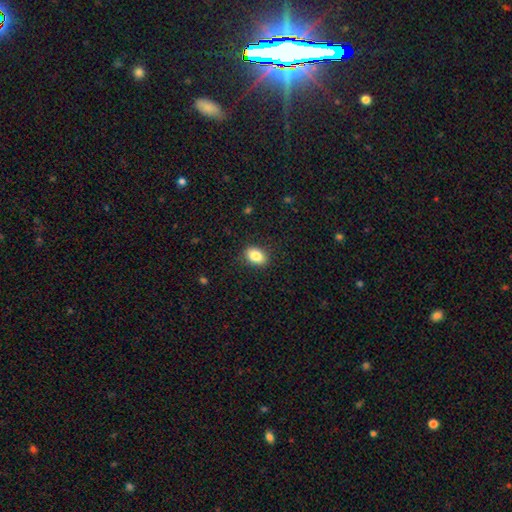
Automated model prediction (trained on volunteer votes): smooth_or_featured: smooth (p=0.85) [alt: star or artifact p=0.08]
how_rounded: in between (p=0.82) [alt: round p=0.17]
merging: none (p=0.88) [alt: minor disturbance p=0.09]